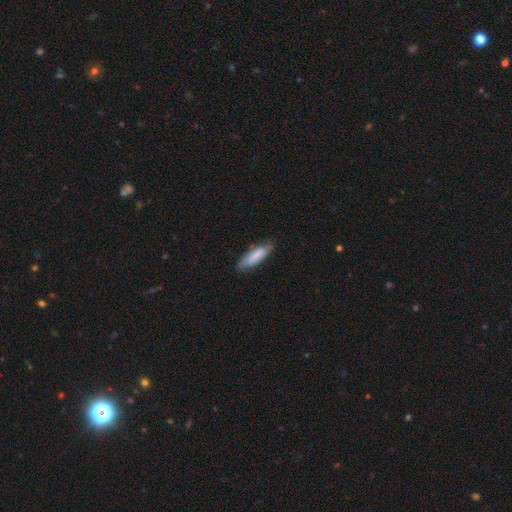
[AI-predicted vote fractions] Smooth or featured: smooth — 74% (featured or disk — 20%)
How rounded: cigar-shaped — 56% (in between — 43%)
Merging: none — 74% (minor disturbance — 20%)